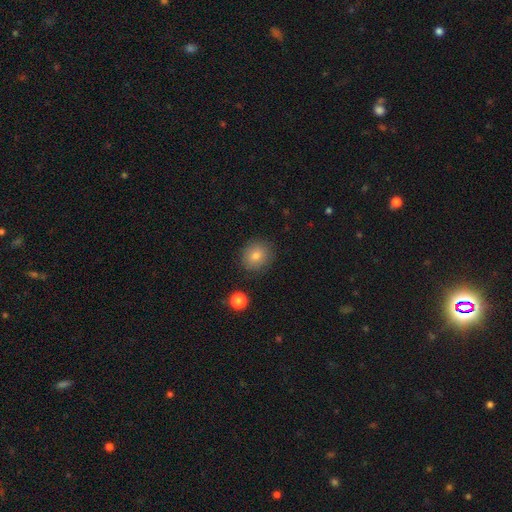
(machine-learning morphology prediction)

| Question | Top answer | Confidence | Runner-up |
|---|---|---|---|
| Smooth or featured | smooth | 80% | star or artifact (12%) |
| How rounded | round | 84% | in between (15%) |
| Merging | none | 89% | minor disturbance (7%) |